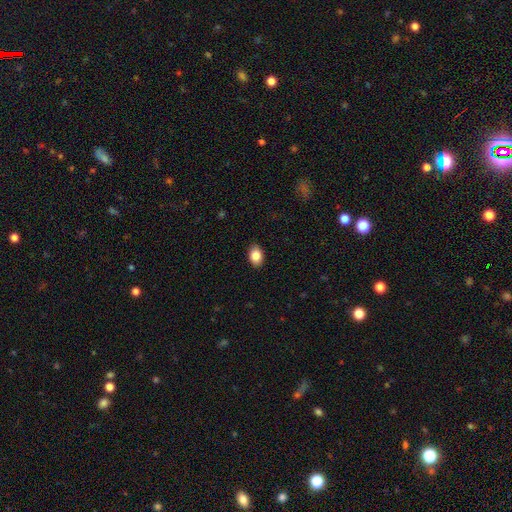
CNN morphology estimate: smooth_or_featured: smooth (p=0.87) [alt: star or artifact p=0.07]
how_rounded: in between (p=0.86) [alt: round p=0.13]
merging: none (p=0.89) [alt: minor disturbance p=0.08]